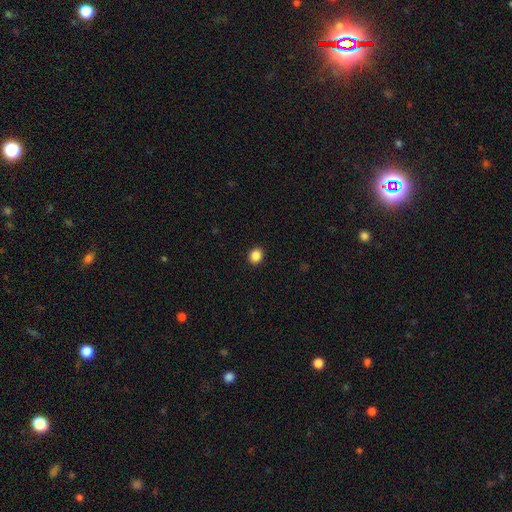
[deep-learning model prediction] This is clearly a smooth galaxy (87%). How rounded: likely round (72%). Merging: clearly none (92%).